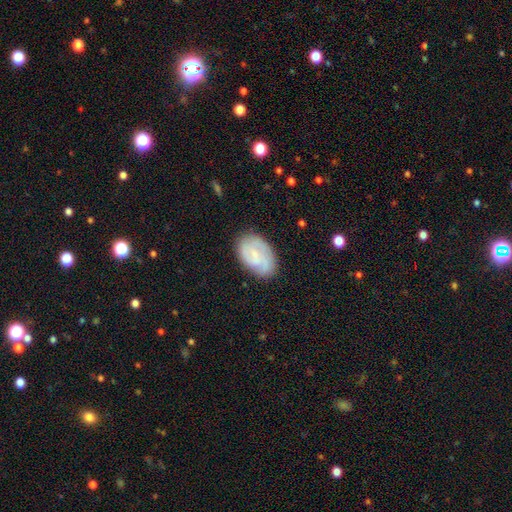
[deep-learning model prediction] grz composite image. It shows a featured or disk galaxy (61%) with no bar (49%), 2 (48%) tight (46%) spiral arms (87%) and a small central bulge (71%). Merging: none (76%).